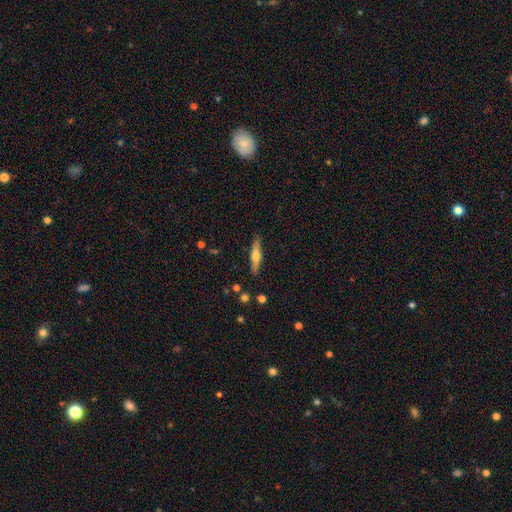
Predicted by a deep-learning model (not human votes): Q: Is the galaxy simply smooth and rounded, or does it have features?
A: featured or disk — 48%.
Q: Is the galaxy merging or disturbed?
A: none — 88%.